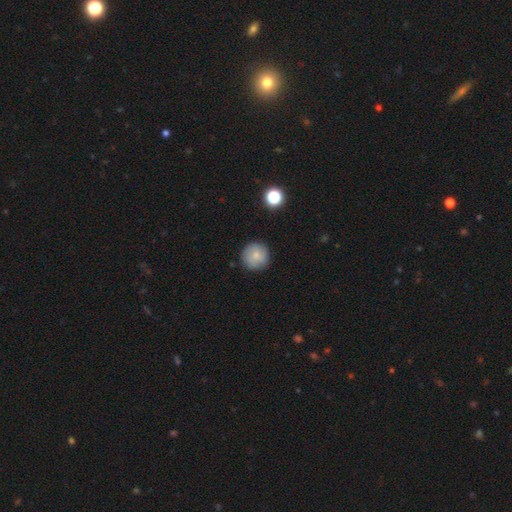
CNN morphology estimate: The model was most divided on "smooth or featured": smooth: 78%, featured or disk: 14%, star or artifact: 8%. More confident: how rounded — round (95%); merging — none (86%).